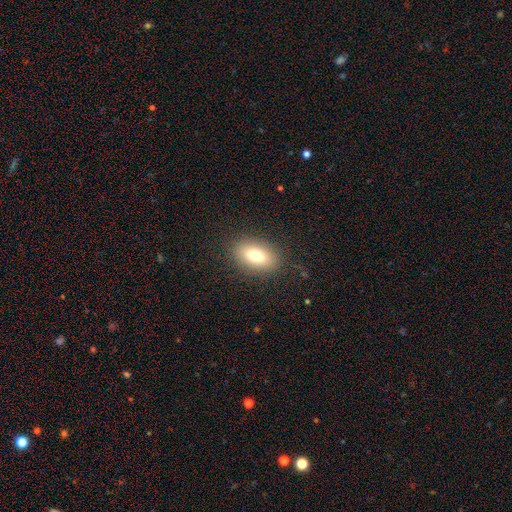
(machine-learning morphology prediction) Smooth or featured?
  - smooth: 77% *
  - featured or disk: 14%
  - star or artifact: 9%
How rounded?
  - in between: 87% *
  - round: 9%
  - cigar-shaped: 4%
Merging?
  - none: 87% *
  - minor disturbance: 9%
  - major disturbance: 3%
  - merger: 1%